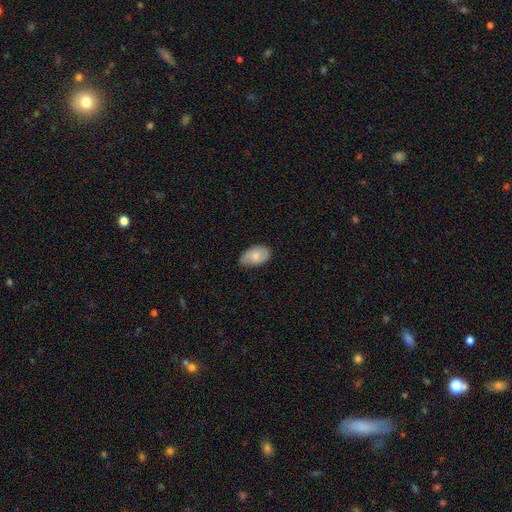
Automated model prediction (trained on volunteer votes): This appears to be a smooth galaxy with no disk features (72%) that is in between round and cigar-shaped (93%). Merging: none (69%).